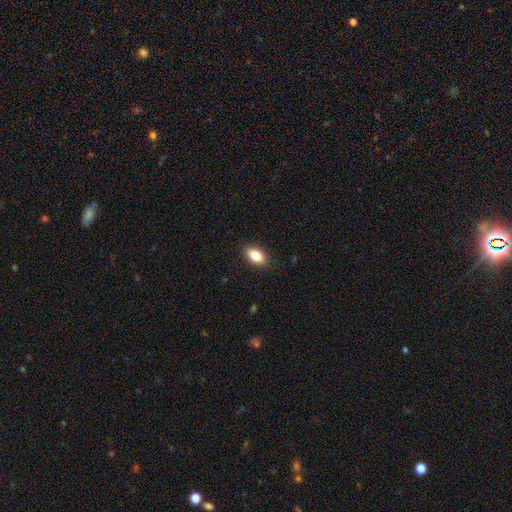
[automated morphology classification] A smooth galaxy with no disk features (83%) that is in between round and cigar-shaped (89%).

Vote fractions:
- Smooth or featured? smooth: 83% / featured or disk: 9% / star or artifact: 8%
- How rounded? in between: 89% / round: 7% / cigar-shaped: 4%
- Merging? none: 87% / minor disturbance: 10% / major disturbance: 2% / merger: 1%